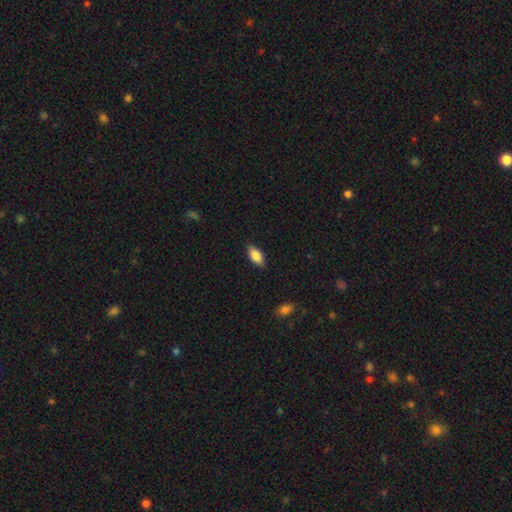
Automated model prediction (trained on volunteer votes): This is clearly a smooth galaxy (82%). How rounded: clearly in between (89%). Merging: clearly none (86%).